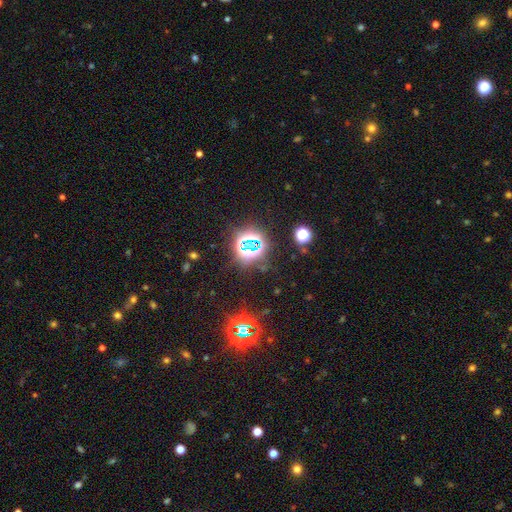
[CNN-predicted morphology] smooth_or_featured: star or artifact (p=0.80) [alt: smooth p=0.14]